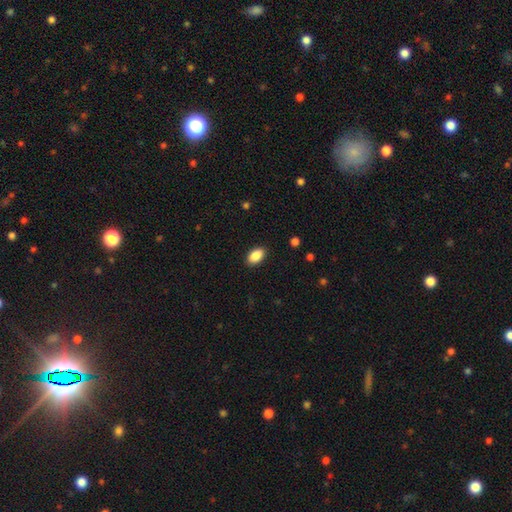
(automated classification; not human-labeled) Morphology: type=smooth (89%); roundness=in between (93%); merging=none (89%).